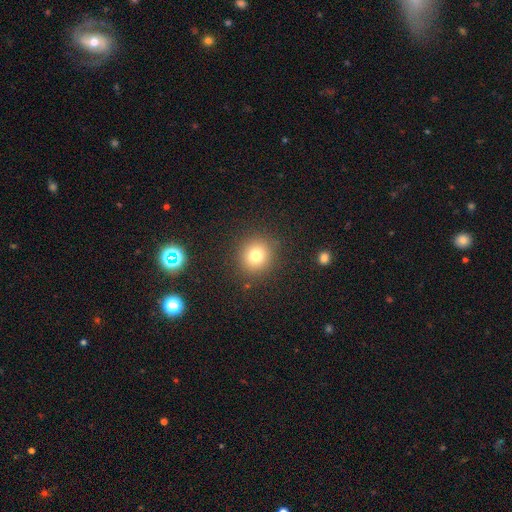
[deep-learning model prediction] Q: Smooth or featured?
A: smooth (77%); runner-up: star or artifact (14%)
Q: How rounded?
A: round (90%); runner-up: in between (9%)
Q: Merging?
A: none (89%); runner-up: minor disturbance (7%)